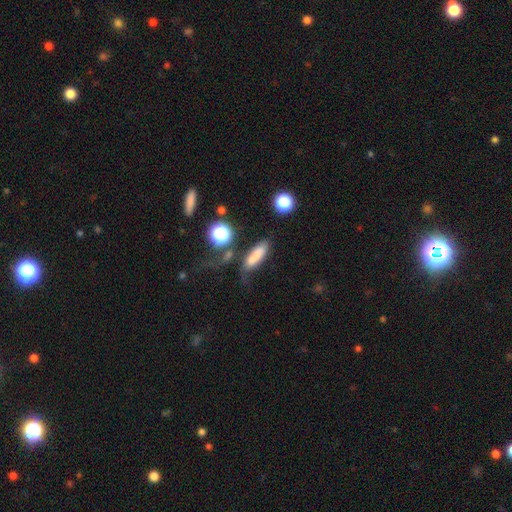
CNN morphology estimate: The model was most divided on "how rounded" (2-way tie): in between: 47%, cigar-shaped: 47%, round: 6%. Remaining: smooth or featured — smooth (74%); merging — none (47%).